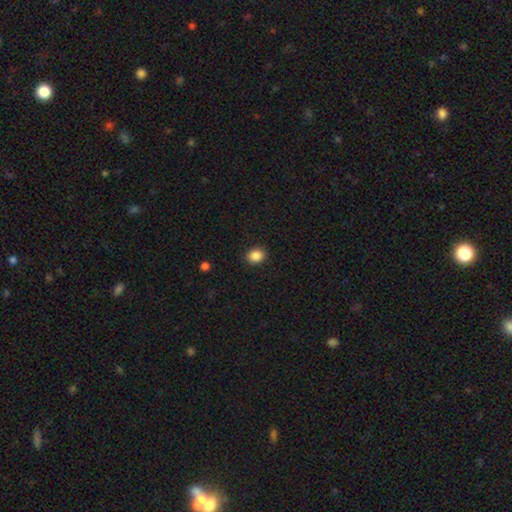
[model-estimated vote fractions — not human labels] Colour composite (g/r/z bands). It shows a smooth galaxy with no disk features (88%) that is in between round and cigar-shaped (51%). Merging: none (89%).